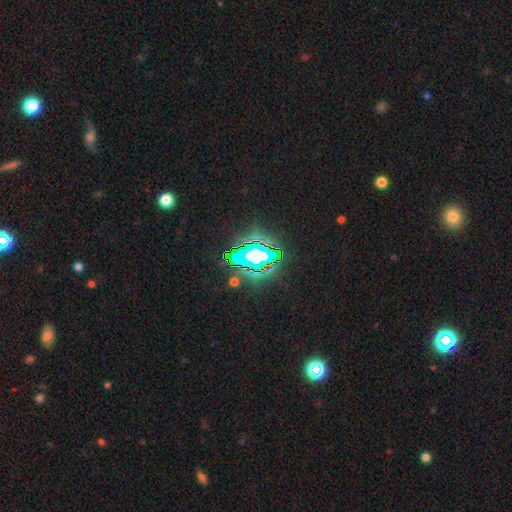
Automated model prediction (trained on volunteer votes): Smooth or featured: star or artifact — 69% (smooth — 16%)